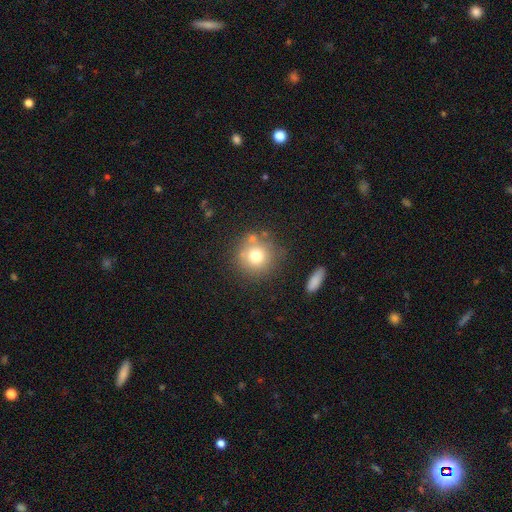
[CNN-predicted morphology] A smooth galaxy with no disk features (74%) that is round (92%). Merging: none (72%).